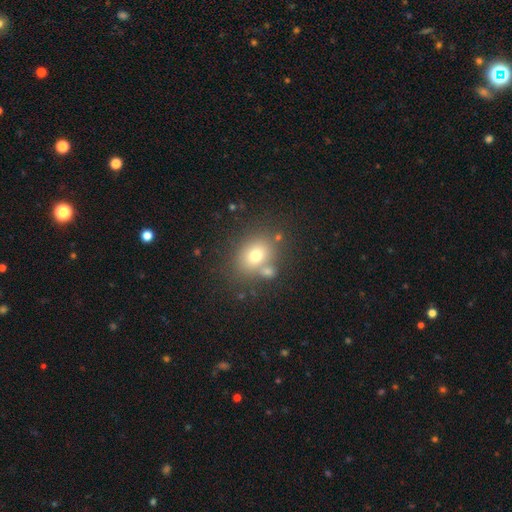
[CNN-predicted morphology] Q: Smooth or featured?
A: smooth (71%); runner-up: featured or disk (15%)
Q: How rounded?
A: in between (51%); runner-up: round (48%)
Q: Merging?
A: none (63%); runner-up: merger (20%)